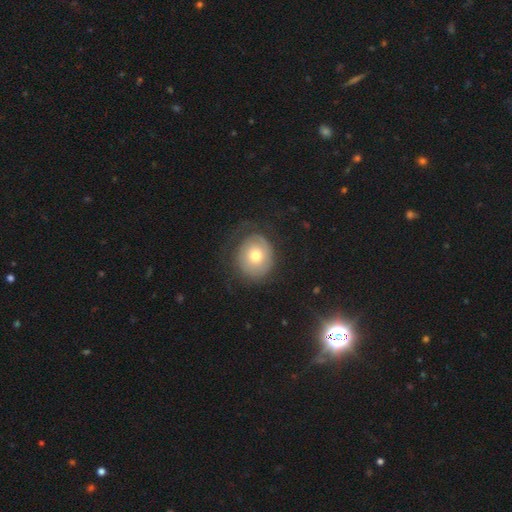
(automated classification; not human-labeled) This is possibly a smooth galaxy (55%). How rounded: likely round (75%). Merging: likely none (63%).